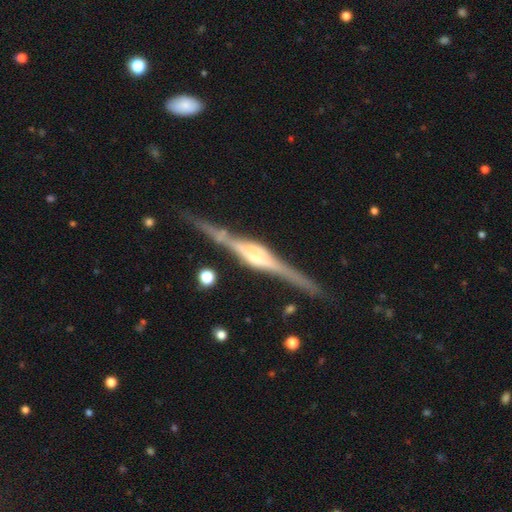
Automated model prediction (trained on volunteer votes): featured or disk 88%, smooth 7%, star or artifact 5%. Down the decision tree: edge-on disk — yes (98%); edge-on bulge — rounded (65%); merging — none (83%).